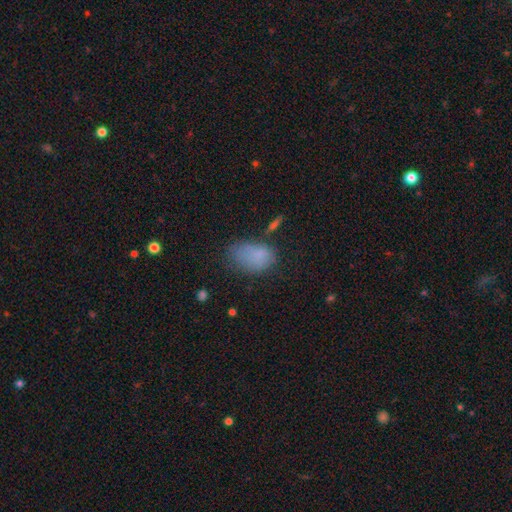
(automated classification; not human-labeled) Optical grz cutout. It shows a smooth galaxy with no disk features (76%) that is in between round and cigar-shaped (86%). Merging: none (43%).